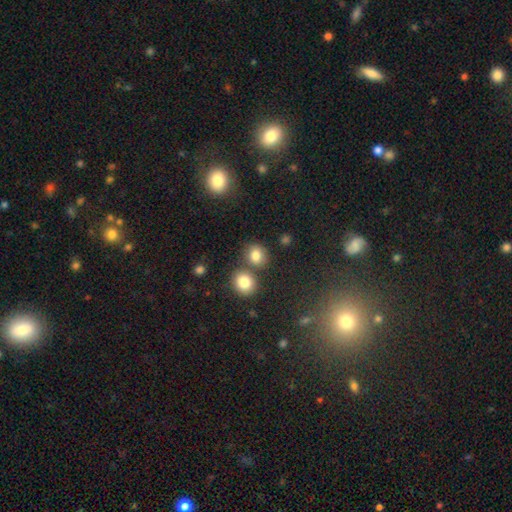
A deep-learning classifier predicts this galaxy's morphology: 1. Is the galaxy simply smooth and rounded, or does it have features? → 81% smooth, 12% star or artifact, 7% featured or disk.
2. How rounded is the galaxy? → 67% round, 32% in between, 1% cigar-shaped.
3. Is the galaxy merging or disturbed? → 68% none, 19% merger, 9% minor disturbance, 3% major disturbance.